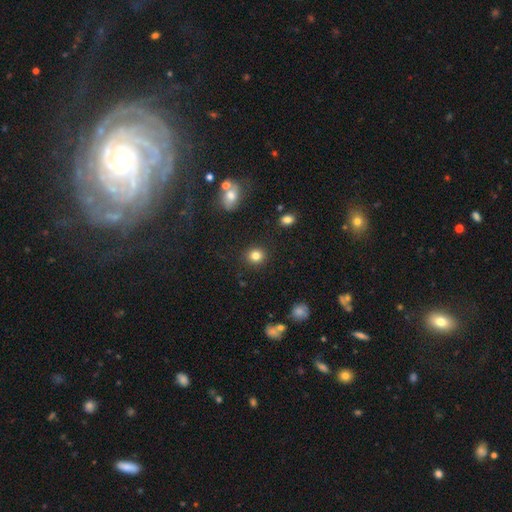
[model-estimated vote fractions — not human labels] Morphology: type=smooth (83%); roundness=round (87%); merging=none (90%).